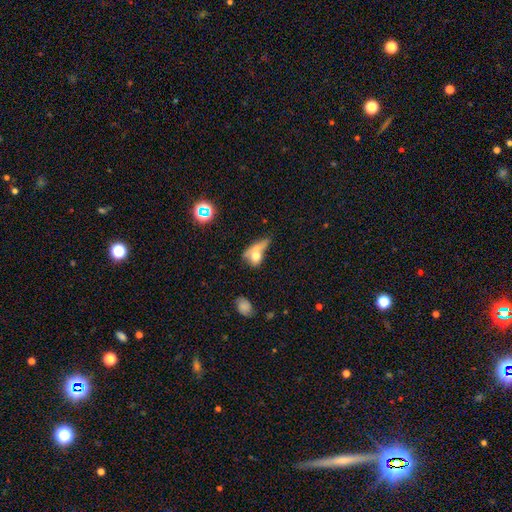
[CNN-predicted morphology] type=smooth (61%); roundness=in between (60%); merging=major disturbance (31%).